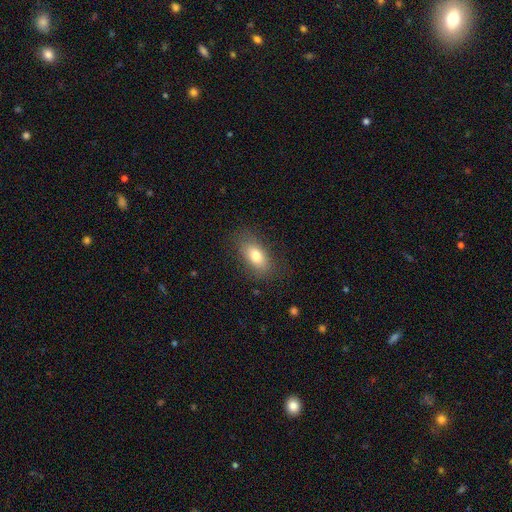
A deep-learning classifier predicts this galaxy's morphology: Overall: smooth (77%). How rounded: in between (87%). Merging: none (81%).